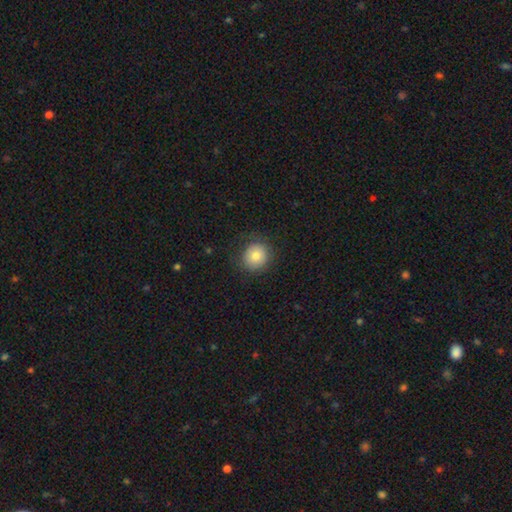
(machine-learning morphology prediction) smooth-or-featured: smooth: 80% | featured or disk: 10% | star or artifact: 10%
  how-rounded: round: 87% | in between: 12% | cigar-shaped: 1%
  merging: none: 83% | minor disturbance: 12% | major disturbance: 4% | merger: 1%